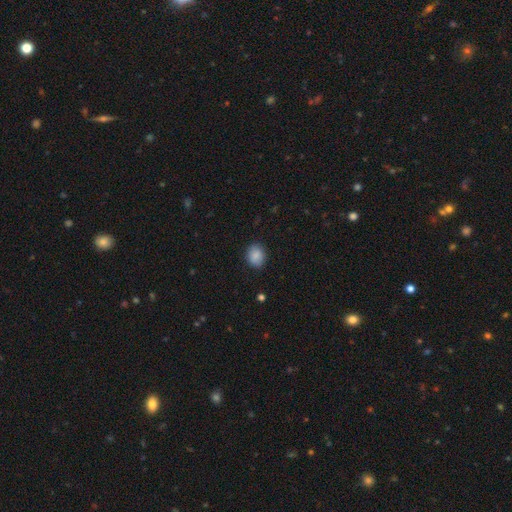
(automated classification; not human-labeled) Smooth or featured? Predicted: smooth (p=0.88). How rounded? Predicted: round (p=0.51). Merging? Predicted: none (p=0.86).